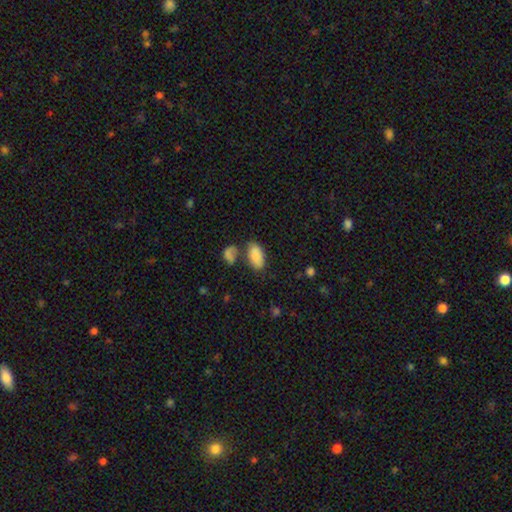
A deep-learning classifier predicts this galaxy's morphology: Smooth or featured? Predicted: smooth (p=0.86). How rounded? Predicted: in between (p=0.95). Merging? Predicted: none (p=0.55).